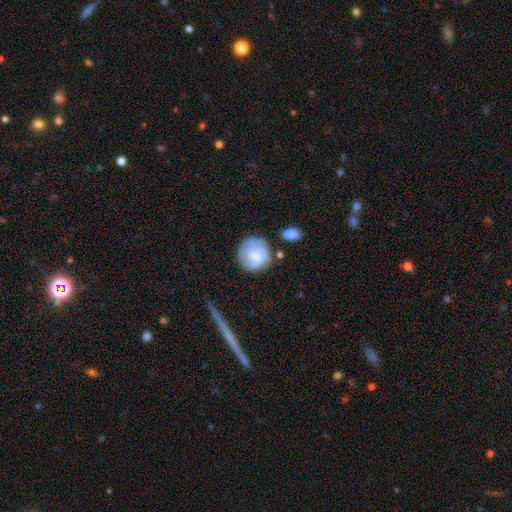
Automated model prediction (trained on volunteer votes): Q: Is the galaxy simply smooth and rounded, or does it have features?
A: smooth — 55%.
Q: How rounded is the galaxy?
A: round — 88%.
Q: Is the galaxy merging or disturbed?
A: none — 66%.